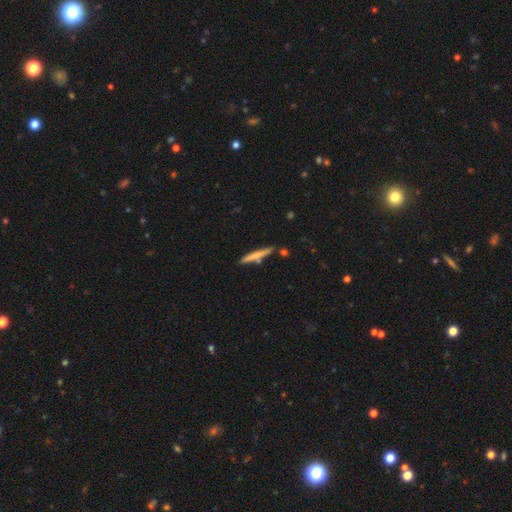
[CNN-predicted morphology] Smooth or featured? Predicted: smooth (p=0.60). How rounded? Predicted: cigar-shaped (p=0.94). Merging? Predicted: none (p=0.78).